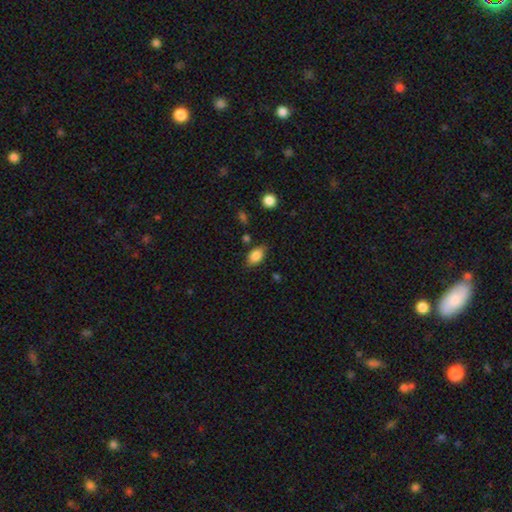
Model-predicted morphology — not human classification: smooth_or_featured: smooth (p=0.85) [alt: star or artifact p=0.08]
how_rounded: in between (p=0.89) [alt: round p=0.08]
merging: none (p=0.80) [alt: minor disturbance p=0.15]